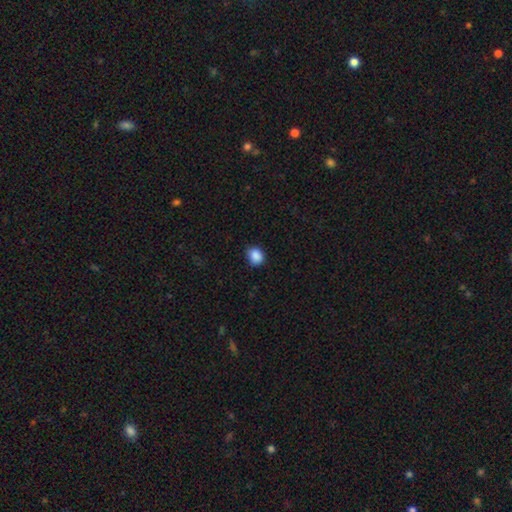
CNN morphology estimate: Smooth or featured: smooth — 88% (star or artifact — 9%)
How rounded: round — 61% (in between — 38%)
Merging: none — 78% (minor disturbance — 18%)